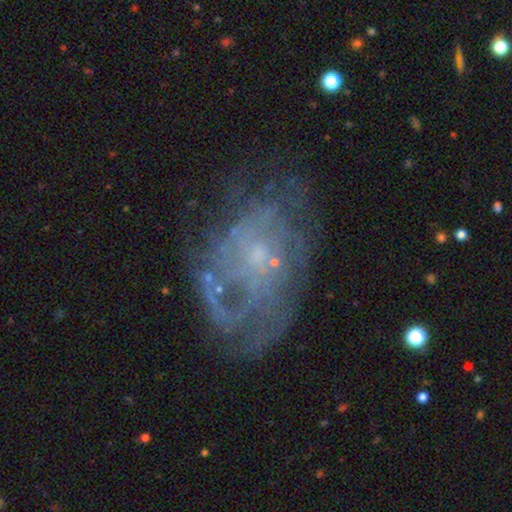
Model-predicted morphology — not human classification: Q: Smooth or featured?
A: featured or disk (74%); runner-up: smooth (15%)
Q: Edge-on disk?
A: no (97%); runner-up: yes (3%)
Q: Bar?
A: no (77%); runner-up: weak (20%)
Q: Spiral arms?
A: yes (68%); runner-up: no (32%)
Q: Bulge size?
A: small (61%); runner-up: none (20%)
Q: Merging?
A: none (50%); runner-up: major disturbance (25%)